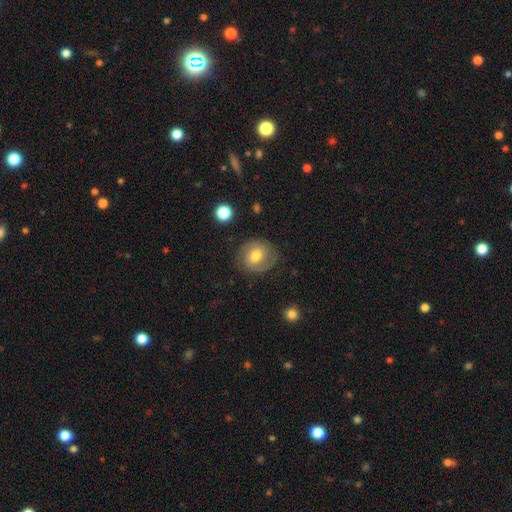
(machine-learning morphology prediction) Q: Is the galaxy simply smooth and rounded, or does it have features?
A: smooth — 60%.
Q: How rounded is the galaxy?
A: round — 71%.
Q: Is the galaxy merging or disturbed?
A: none — 76%.